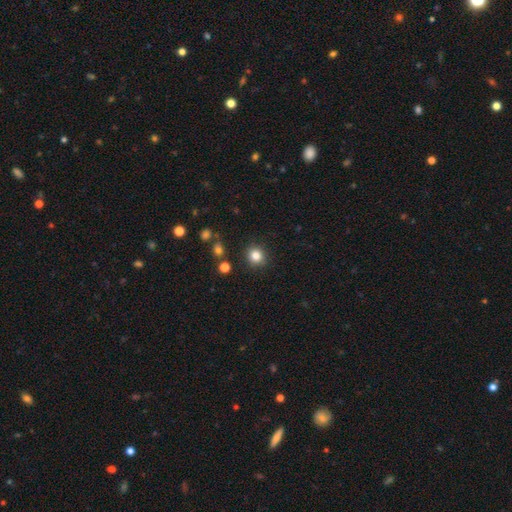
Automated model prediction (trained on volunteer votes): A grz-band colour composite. It shows a smooth galaxy with no disk features (83%) that is round (87%). Merging: none (89%).